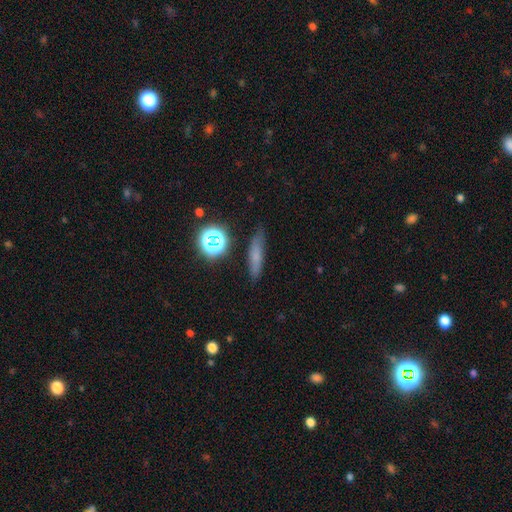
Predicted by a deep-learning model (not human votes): smooth-or-featured: smooth: 63% | featured or disk: 21% | star or artifact: 16%
  how-rounded: cigar-shaped: 74% | in between: 18% | round: 8%
  merging: none: 78% | minor disturbance: 15% | major disturbance: 4% | merger: 2%